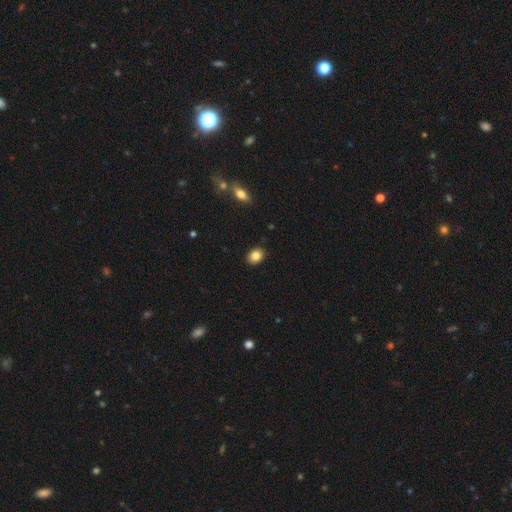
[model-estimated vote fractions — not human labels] Overall: smooth (85%). How rounded: in between (55%; round 44%). Merging: none (89%).